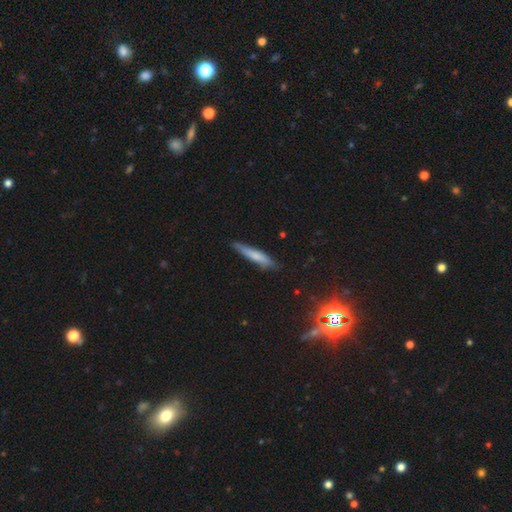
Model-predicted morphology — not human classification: smooth-or-featured: smooth: 67% | featured or disk: 26% | star or artifact: 7%
  how-rounded: cigar-shaped: 90% | in between: 8% | round: 1%
  merging: none: 79% | minor disturbance: 16% | major disturbance: 3% | merger: 2%